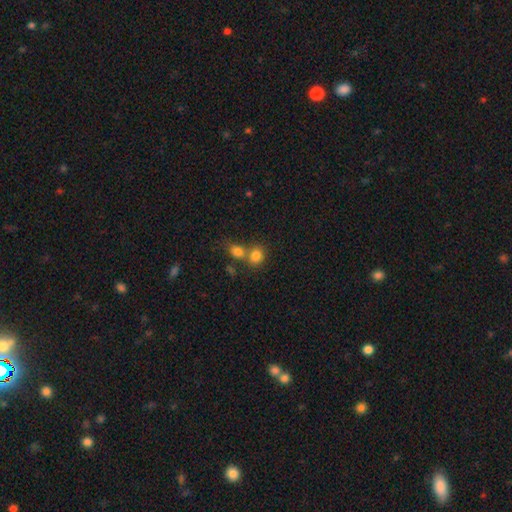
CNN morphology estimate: A smooth galaxy with no disk features (81%) that is round (71%).

Vote fractions:
- Smooth or featured? smooth: 81% / star or artifact: 12% / featured or disk: 7%
- How rounded? round: 71% / in between: 28% / cigar-shaped: 1%
- Merging? none: 46% / merger: 43% / minor disturbance: 8% / major disturbance: 3%